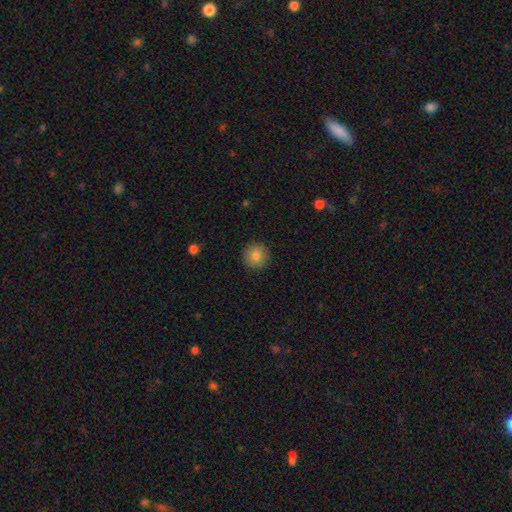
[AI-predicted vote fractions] Morphology: type=smooth (83%); roundness=round (96%); merging=none (92%).